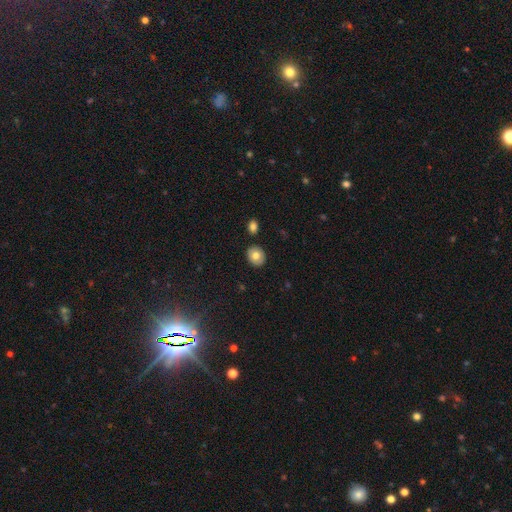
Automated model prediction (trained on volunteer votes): Overall: smooth (76%). How rounded: round (62%; in between 37%). Merging: none (87%).